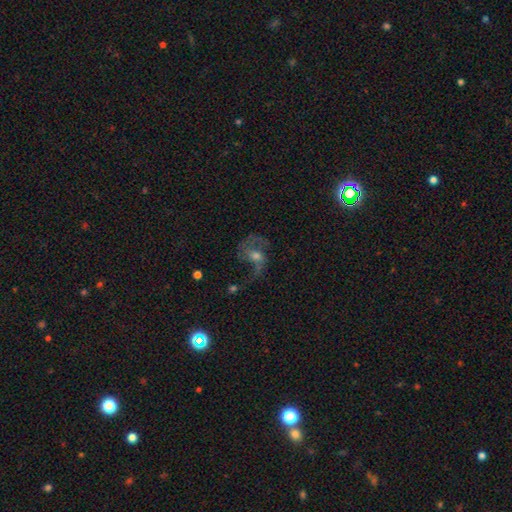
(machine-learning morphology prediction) Smooth or featured: featured or disk — 68% (smooth — 17%)
Edge-on disk: no — 97% (yes — 3%)
Bar: no — 57% (weak — 34%)
Spiral arms: yes — 84% (no — 16%)
Spiral winding: loose — 53% (medium — 37%)
Spiral arm count: 2 — 64% (1 — 17%)
Bulge size: moderate — 57% (small — 29%)
Merging: none — 44% (major disturbance — 33%)